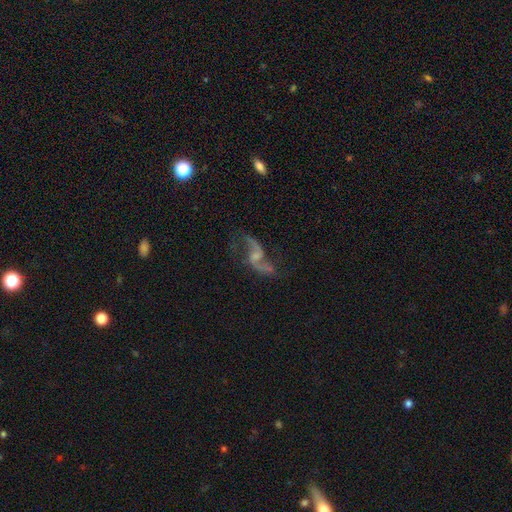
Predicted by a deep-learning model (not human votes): featured or disk 88%, star or artifact 7%, smooth 5%. Down the decision tree: edge-on disk — no (97%); bar — no (46%); spiral arms — yes (95%); spiral arm count — 2 (92%); spiral winding — loose (84%); bulge size — small (46%); merging — none (67%).